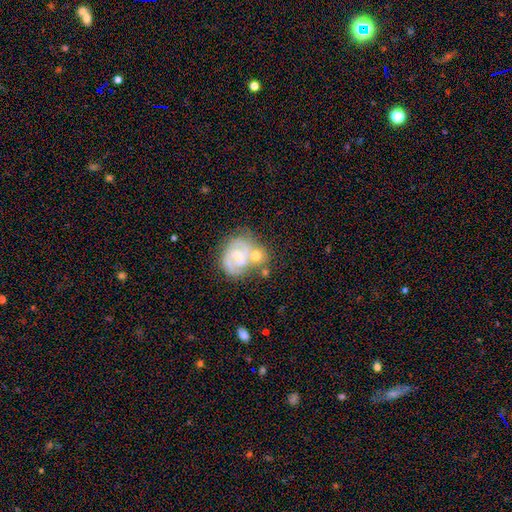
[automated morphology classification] A featured or disk galaxy (68%) with no bar (52%), 2 (71%) medium (46%) spiral arms (92%) and a small central bulge (51%). Merging: none (42%).